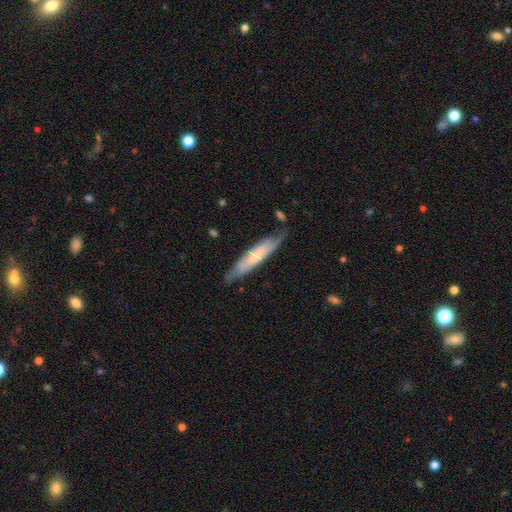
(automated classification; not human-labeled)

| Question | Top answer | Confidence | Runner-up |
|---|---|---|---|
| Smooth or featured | smooth | 49% | featured or disk (46%) |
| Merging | none | 74% | minor disturbance (19%) |